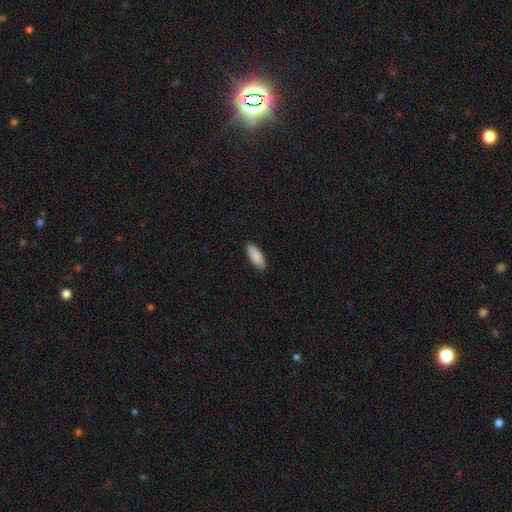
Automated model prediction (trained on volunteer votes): A smooth galaxy with no disk features (90%) that is in between round and cigar-shaped (76%).

Vote fractions:
- Smooth or featured? smooth: 90% / star or artifact: 6% / featured or disk: 5%
- How rounded? in between: 76% / cigar-shaped: 22% / round: 2%
- Merging? none: 88% / minor disturbance: 9% / major disturbance: 2% / merger: 1%